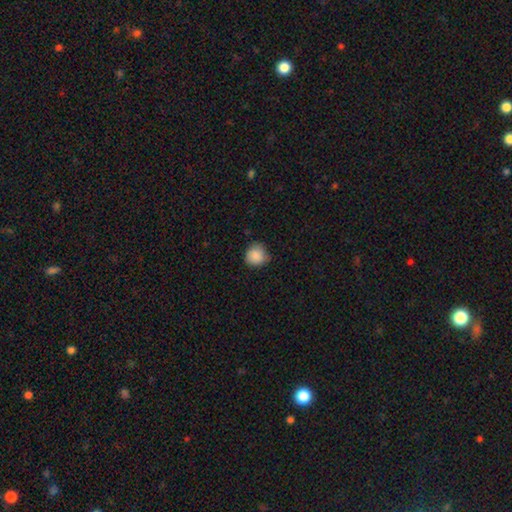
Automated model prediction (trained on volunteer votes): Smooth or featured: smooth — 88% (star or artifact — 8%)
How rounded: round — 88% (in between — 11%)
Merging: none — 75% (minor disturbance — 20%)